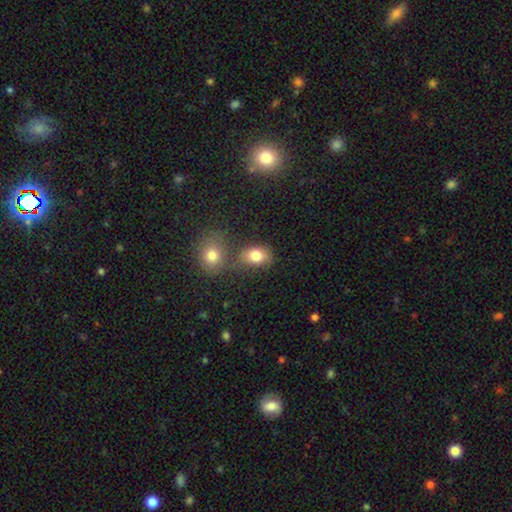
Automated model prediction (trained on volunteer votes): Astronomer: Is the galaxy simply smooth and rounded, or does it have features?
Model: smooth — 80%.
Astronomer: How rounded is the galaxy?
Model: in between — 66%.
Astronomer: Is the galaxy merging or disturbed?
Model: none — 52% (runner-up: merger, 29%).